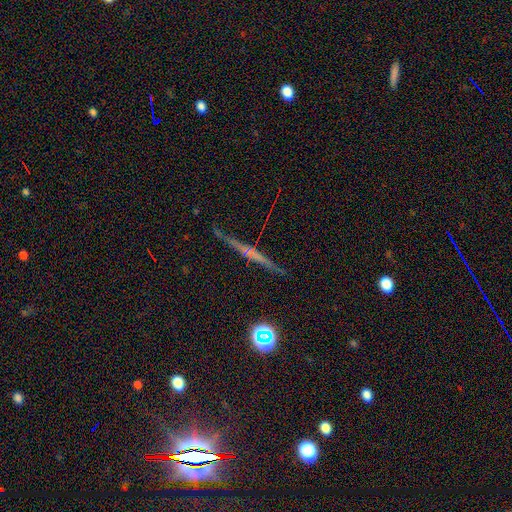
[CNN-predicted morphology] Smooth or featured?
  - featured or disk: 61% *
  - smooth: 22%
  - star or artifact: 17%
Edge-on disk?
  - yes: 97% *
  - no: 3%
Edge-on bulge?
  - none: 63% *
  - rounded: 27%
  - boxy: 10%
Merging?
  - none: 89% *
  - minor disturbance: 8%
  - major disturbance: 2%
  - merger: 2%